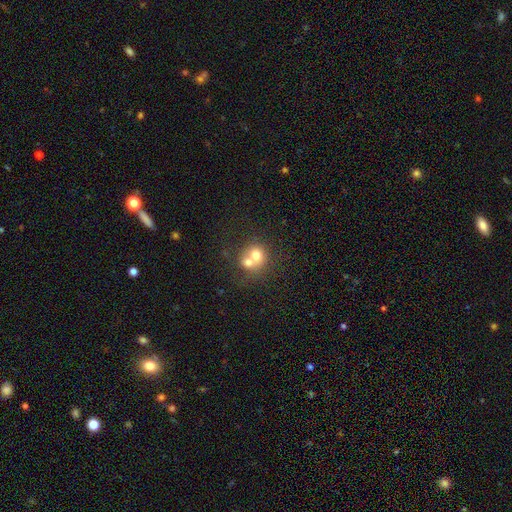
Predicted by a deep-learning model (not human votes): A smooth galaxy with no disk features (67%) that is round (79%). Merging: merger (63%).